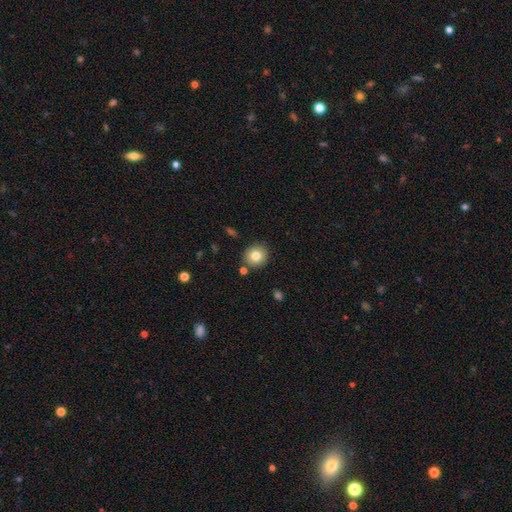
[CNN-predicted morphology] Smooth or featured: smooth — 80% (featured or disk — 10%)
How rounded: round — 87% (in between — 12%)
Merging: none — 86% (minor disturbance — 8%)